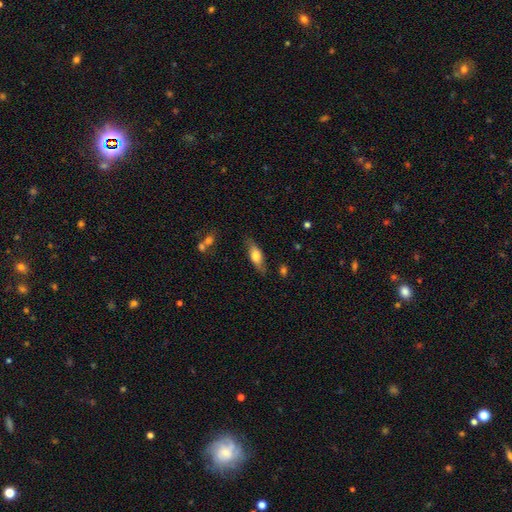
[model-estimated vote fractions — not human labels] The model was most divided on "smooth or featured": smooth: 61%, featured or disk: 32%, star or artifact: 6%. More confident: merging — none (76%); how rounded — in between (63%).